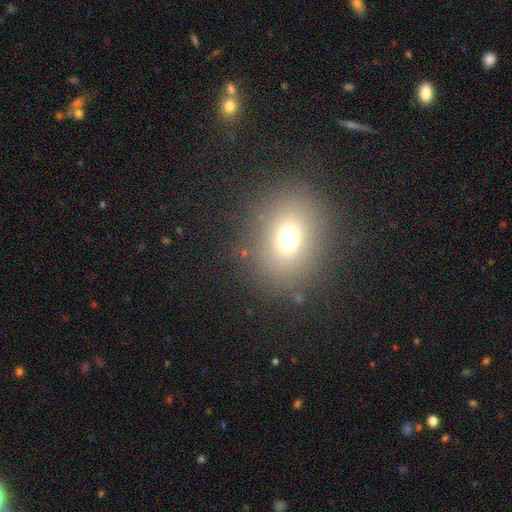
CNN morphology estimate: type=smooth (67%); roundness=round (59%); merging=none (87%).